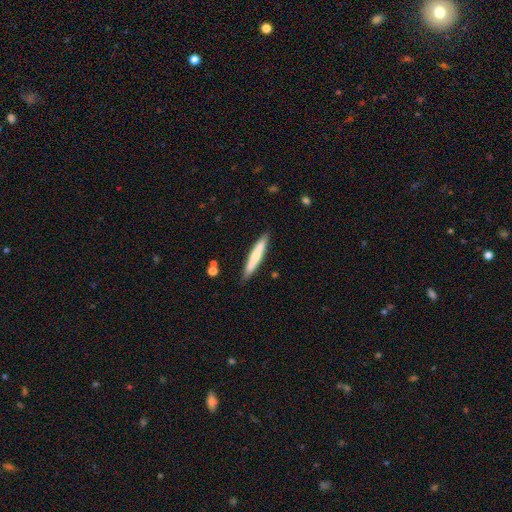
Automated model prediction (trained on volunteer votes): Smooth or featured?
  - smooth: 66% *
  - featured or disk: 29%
  - star or artifact: 6%
How rounded?
  - cigar-shaped: 94% *
  - in between: 5%
  - round: 1%
Merging?
  - none: 88% *
  - minor disturbance: 9%
  - major disturbance: 2%
  - merger: 2%